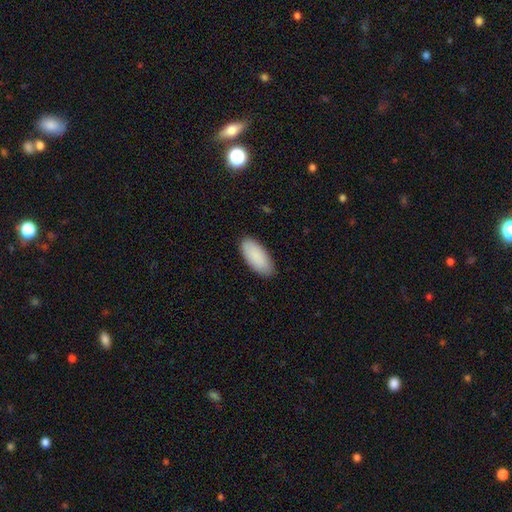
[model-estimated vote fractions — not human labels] Smooth or featured?
  - smooth: 90% *
  - star or artifact: 5%
  - featured or disk: 5%
How rounded?
  - in between: 91% *
  - cigar-shaped: 8%
  - round: 1%
Merging?
  - none: 87% *
  - minor disturbance: 11%
  - major disturbance: 2%
  - merger: 1%